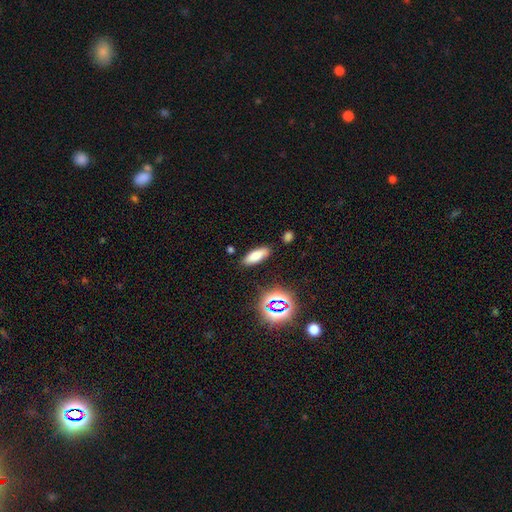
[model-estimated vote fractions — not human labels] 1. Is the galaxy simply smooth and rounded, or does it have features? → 72% smooth, 15% star or artifact, 13% featured or disk.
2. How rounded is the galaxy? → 62% in between, 34% cigar-shaped, 4% round.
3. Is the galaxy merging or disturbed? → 86% none, 9% minor disturbance, 3% major disturbance, 2% merger.